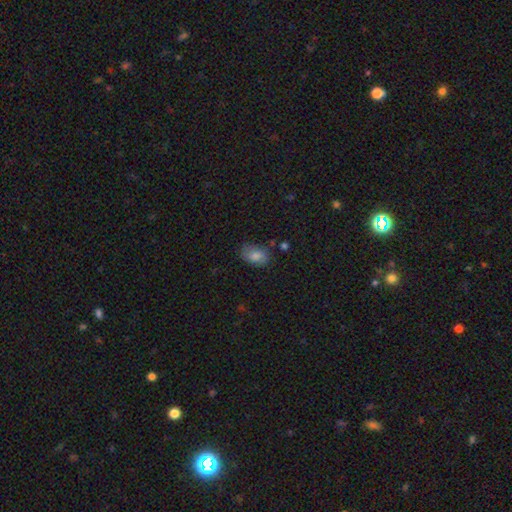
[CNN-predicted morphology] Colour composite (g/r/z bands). It shows a smooth galaxy with no disk features (76%) that is in between round and cigar-shaped (86%). Merging: none (73%).